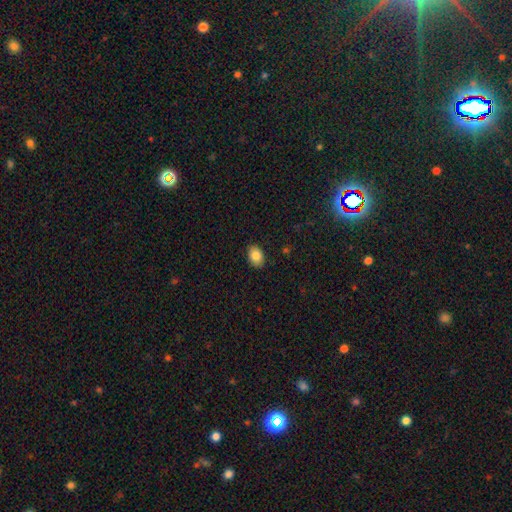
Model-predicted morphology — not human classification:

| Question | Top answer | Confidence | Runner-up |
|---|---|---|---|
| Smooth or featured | smooth | 85% | star or artifact (8%) |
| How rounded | in between | 80% | round (19%) |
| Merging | none | 88% | minor disturbance (9%) |